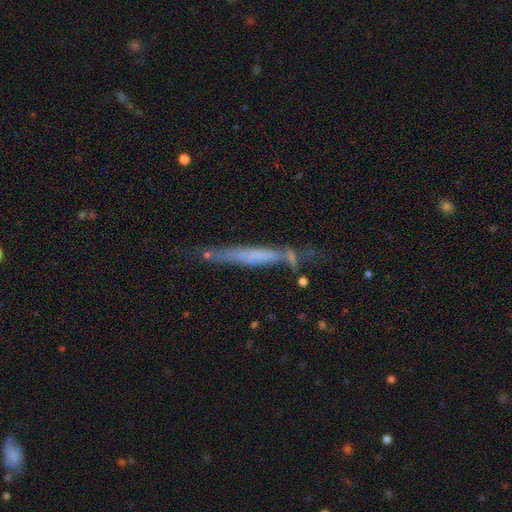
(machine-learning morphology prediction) A featured or disk galaxy (51%) viewed edge-on (87%).

Vote fractions:
- Smooth or featured? featured or disk: 51% / smooth: 40% / star or artifact: 9%
- Edge-on disk? yes: 87% / no: 13%
- Merging? none: 55% / minor disturbance: 24% / major disturbance: 11% / merger: 10%